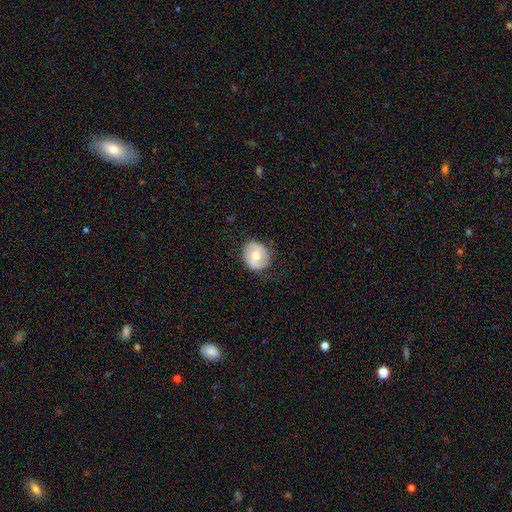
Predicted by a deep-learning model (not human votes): This appears to be a smooth galaxy with no disk features (53%) that is round (78%). Merging: none (76%).